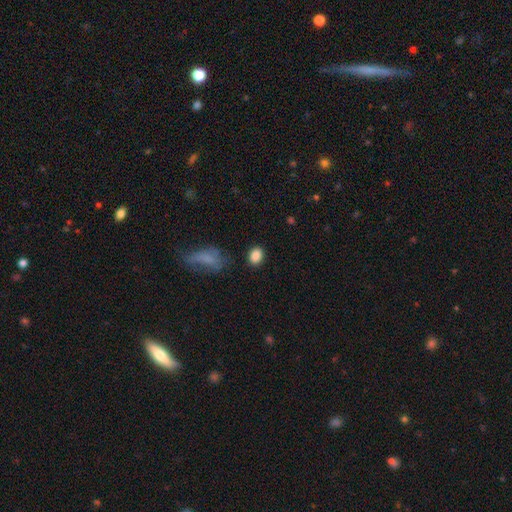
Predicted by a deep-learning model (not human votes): Overall: smooth (87%). How rounded: in between (59%; round 39%). Merging: none (83%).